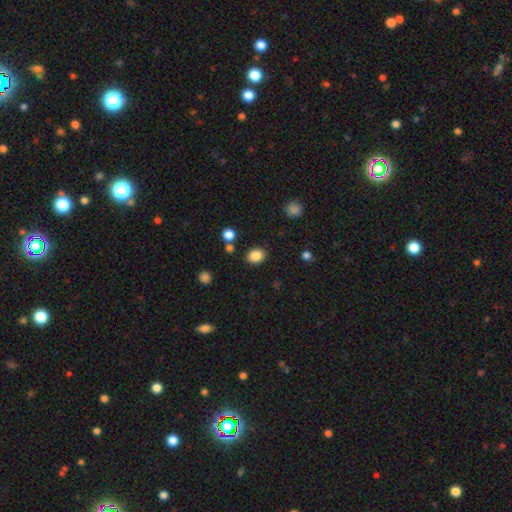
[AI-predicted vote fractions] smooth_or_featured: smooth (p=0.85) [alt: star or artifact p=0.11]
how_rounded: round (p=0.55) [alt: in between p=0.44]
merging: none (p=0.85) [alt: minor disturbance p=0.09]